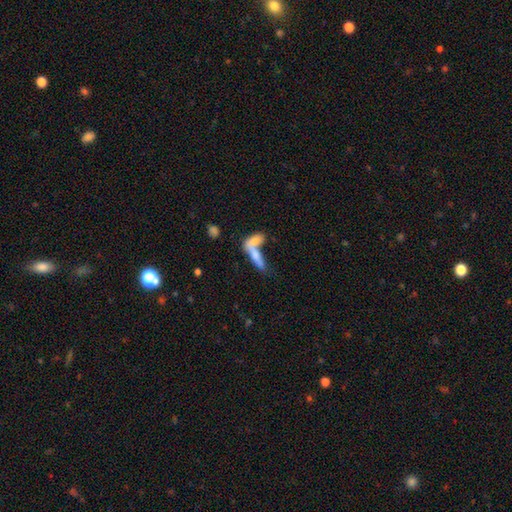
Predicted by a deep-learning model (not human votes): This appears to be a smooth galaxy with no disk features (68%) that is cigar-shaped (52%). Merging: merger (64%).